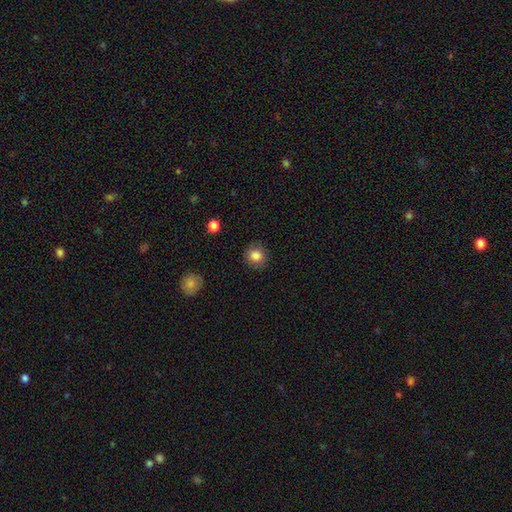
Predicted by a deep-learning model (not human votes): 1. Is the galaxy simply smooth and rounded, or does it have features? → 84% smooth, 10% star or artifact, 6% featured or disk.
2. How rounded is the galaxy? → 89% round, 11% in between, 1% cigar-shaped.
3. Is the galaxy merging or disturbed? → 88% none, 8% minor disturbance, 3% major disturbance, 1% merger.